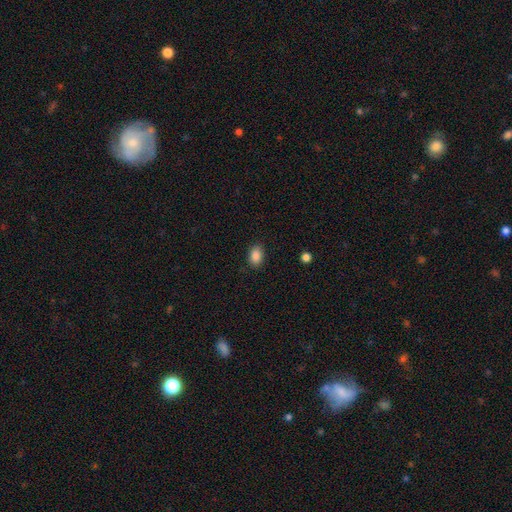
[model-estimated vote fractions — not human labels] A smooth galaxy with no disk features (87%) that is in between round and cigar-shaped (84%).

Vote fractions:
- Smooth or featured? smooth: 87% / star or artifact: 9% / featured or disk: 4%
- How rounded? in between: 84% / round: 15% / cigar-shaped: 1%
- Merging? none: 86% / minor disturbance: 10% / major disturbance: 2% / merger: 1%